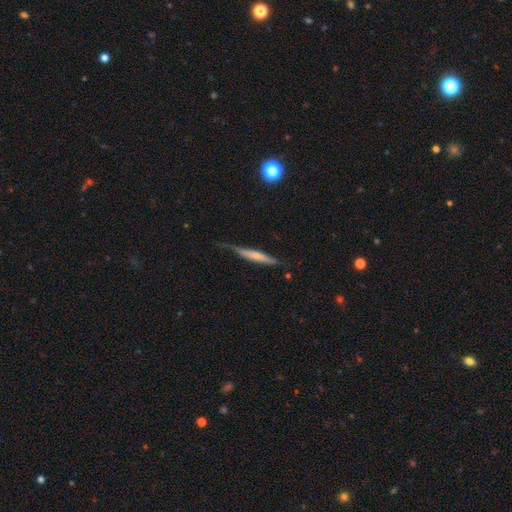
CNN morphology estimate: Smooth or featured? smooth (50%)
Merging? none (64%)